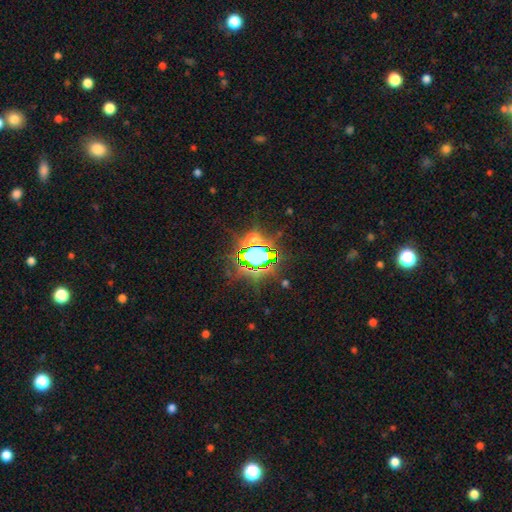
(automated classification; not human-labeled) Smooth or featured? star or artifact (74%)